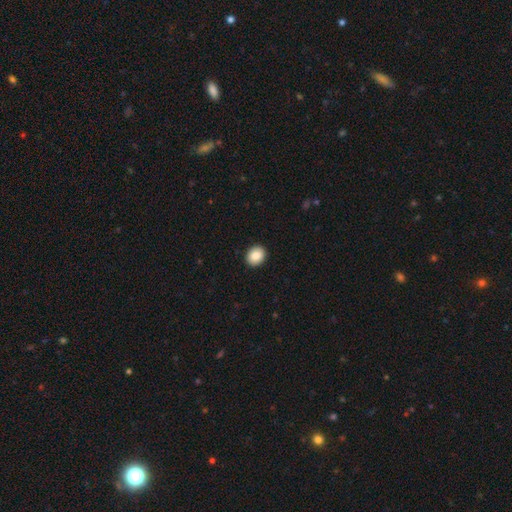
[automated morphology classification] Smooth or featured?
  - smooth: 88% *
  - star or artifact: 8%
  - featured or disk: 5%
How rounded?
  - round: 52% *
  - in between: 47%
  - cigar-shaped: 1%
Merging?
  - none: 92% *
  - minor disturbance: 6%
  - major disturbance: 2%
  - merger: 1%